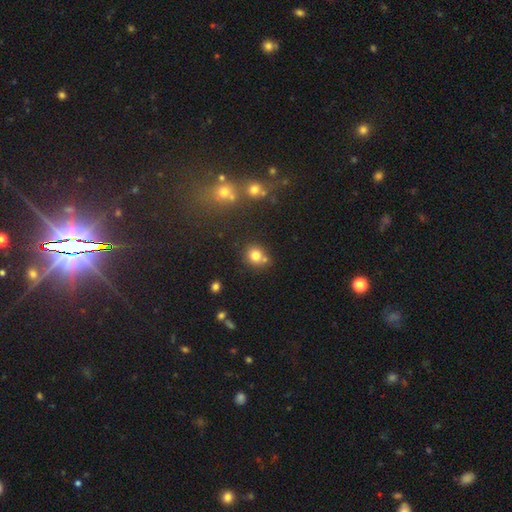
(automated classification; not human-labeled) smooth 77%, star or artifact 14%, featured or disk 9%. Down the decision tree: how rounded — round (82%); merging — none (61%).